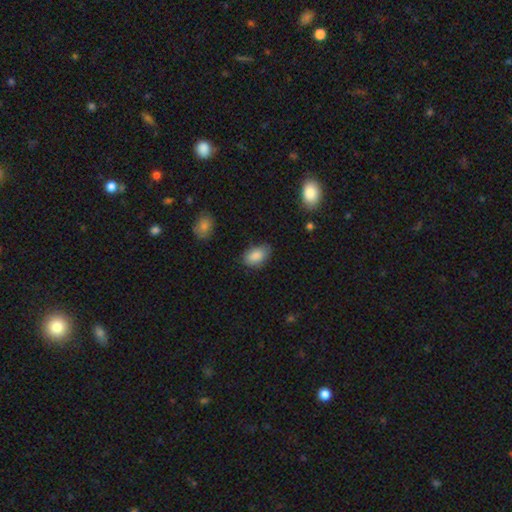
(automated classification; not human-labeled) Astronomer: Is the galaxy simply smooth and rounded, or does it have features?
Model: smooth — 87%.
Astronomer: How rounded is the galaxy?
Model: in between — 91%.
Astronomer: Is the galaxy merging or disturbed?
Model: none — 74%.